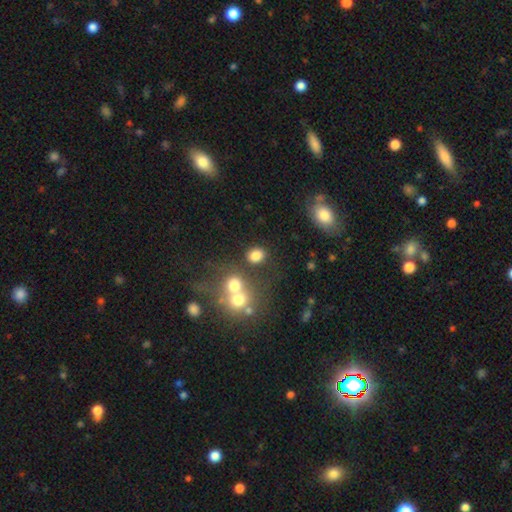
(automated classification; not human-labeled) A smooth galaxy with no disk features (80%) that is round (62%).

Vote fractions:
- Smooth or featured? smooth: 80% / star or artifact: 13% / featured or disk: 7%
- How rounded? round: 62% / in between: 37% / cigar-shaped: 1%
- Merging? none: 70% / merger: 14% / minor disturbance: 10% / major disturbance: 6%